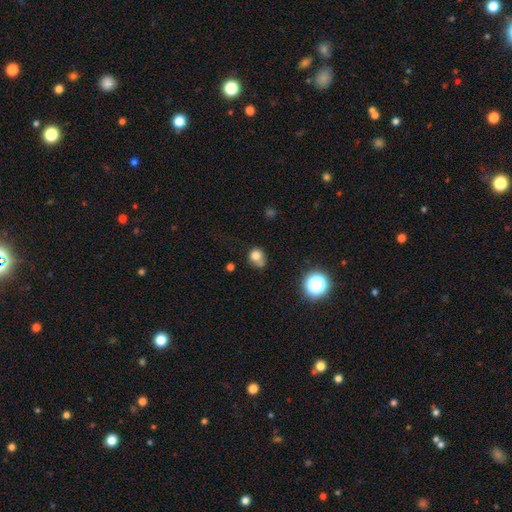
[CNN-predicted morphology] Overall: smooth (75%). How rounded: round (69%; in between 30%). Merging: none (44%; minor disturbance 25%).